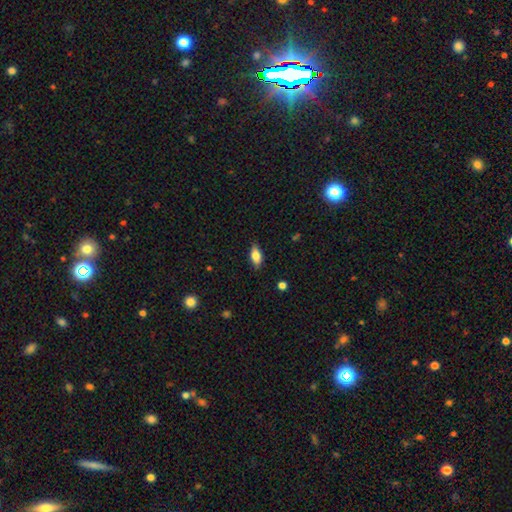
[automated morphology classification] The model was most divided on "smooth or featured": smooth: 78%, featured or disk: 15%, star or artifact: 7%. More confident: how rounded — in between (86%); merging — none (84%).